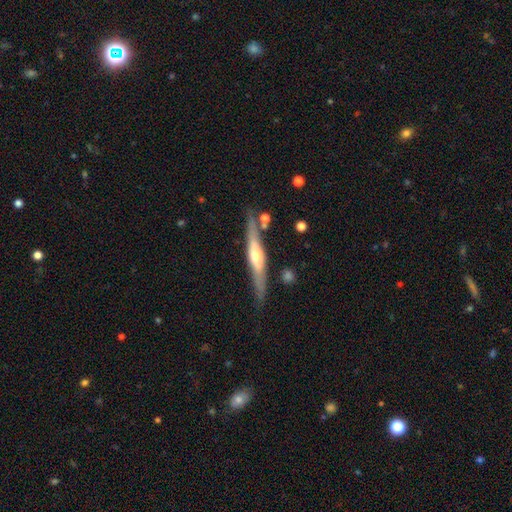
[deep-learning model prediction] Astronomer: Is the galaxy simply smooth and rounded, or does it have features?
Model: featured or disk — 70%.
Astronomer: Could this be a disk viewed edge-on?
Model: yes — 95%.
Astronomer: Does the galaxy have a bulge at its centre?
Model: rounded — 83%.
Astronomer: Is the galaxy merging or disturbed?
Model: none — 82%.